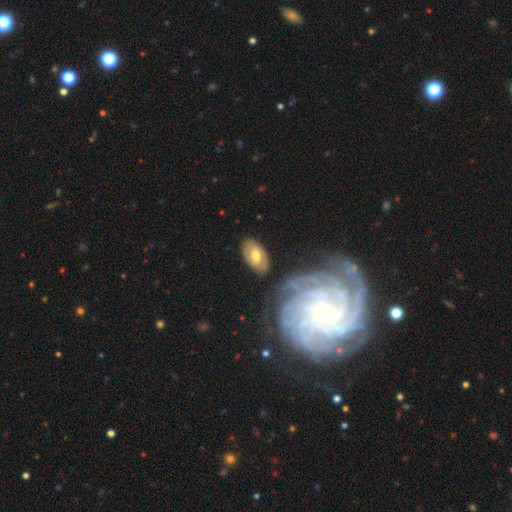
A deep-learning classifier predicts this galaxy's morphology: A smooth galaxy with no disk features (50%).

Vote fractions:
- Smooth or featured? smooth: 50% / featured or disk: 44% / star or artifact: 6%
- Merging? none: 77% / minor disturbance: 13% / merger: 5% / major disturbance: 5%